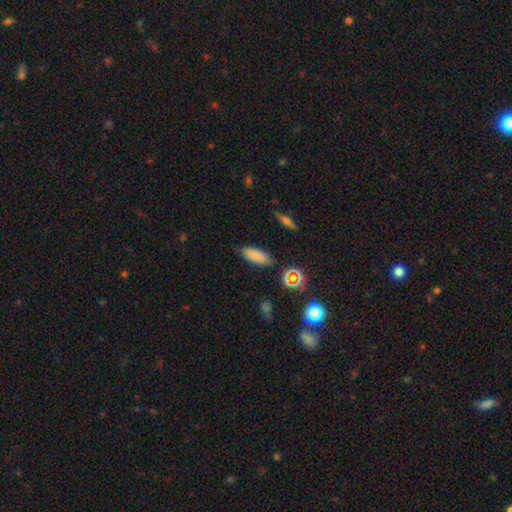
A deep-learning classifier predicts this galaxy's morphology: Q: Smooth or featured?
A: smooth (81%); runner-up: star or artifact (12%)
Q: How rounded?
A: in between (79%); runner-up: cigar-shaped (18%)
Q: Merging?
A: none (81%); runner-up: minor disturbance (14%)